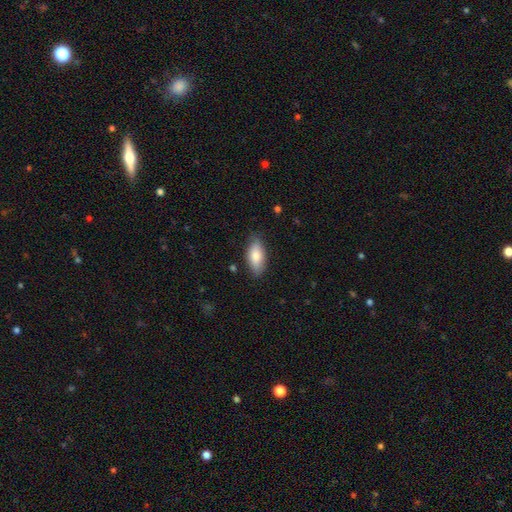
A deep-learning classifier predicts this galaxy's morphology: Smooth or featured: smooth — 81% (featured or disk — 13%)
How rounded: in between — 89% (cigar-shaped — 9%)
Merging: none — 83% (minor disturbance — 13%)